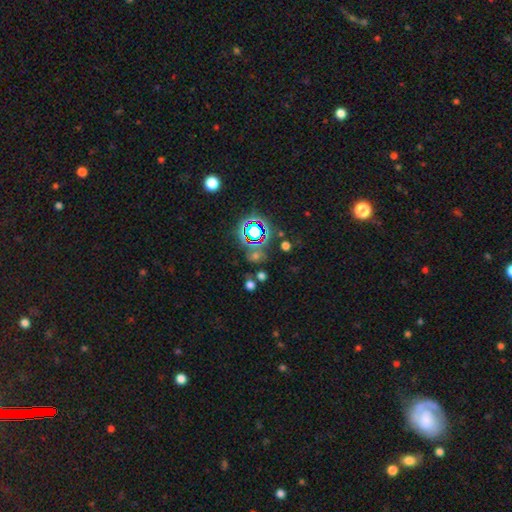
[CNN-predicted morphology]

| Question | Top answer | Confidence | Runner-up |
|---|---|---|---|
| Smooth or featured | star or artifact | 55% | smooth (34%) |